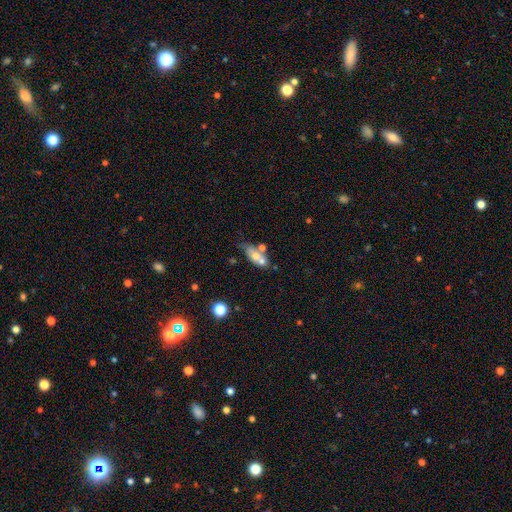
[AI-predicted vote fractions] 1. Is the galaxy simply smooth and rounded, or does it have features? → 58% smooth, 32% featured or disk, 9% star or artifact.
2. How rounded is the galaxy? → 71% in between, 21% cigar-shaped, 8% round.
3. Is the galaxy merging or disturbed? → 39% none, 37% merger, 16% minor disturbance, 7% major disturbance.